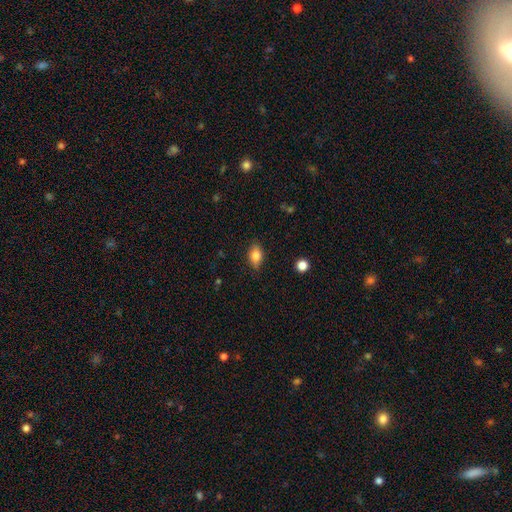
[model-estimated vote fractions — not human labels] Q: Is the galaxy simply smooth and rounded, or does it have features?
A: smooth — 78%.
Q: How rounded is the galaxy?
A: in between — 83%.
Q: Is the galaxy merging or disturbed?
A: none — 83%.